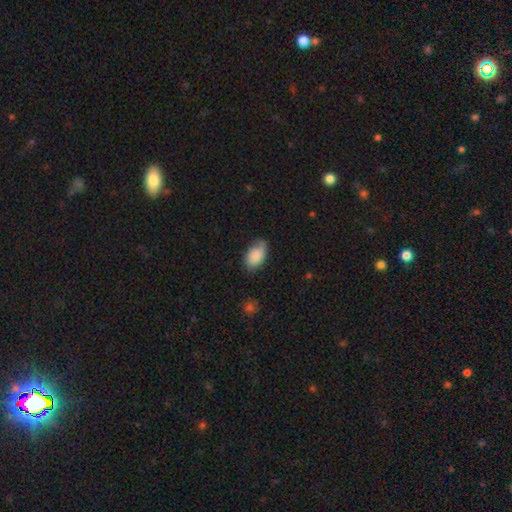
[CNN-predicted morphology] type=smooth (81%); roundness=in between (92%); merging=none (64%).